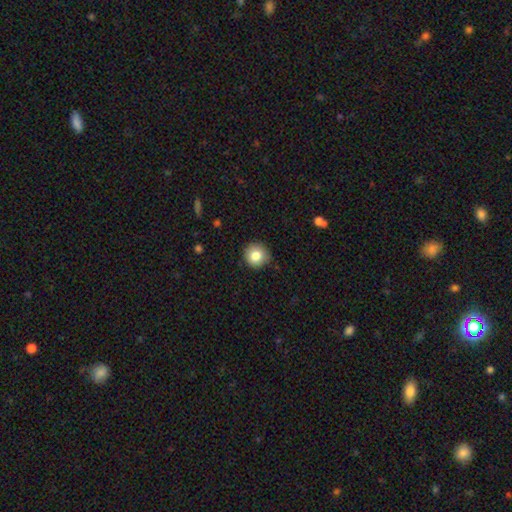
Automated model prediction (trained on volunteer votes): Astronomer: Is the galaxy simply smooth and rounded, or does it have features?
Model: smooth — 83%.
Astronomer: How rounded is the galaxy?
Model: round — 93%.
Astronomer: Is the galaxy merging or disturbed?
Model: none — 88%.